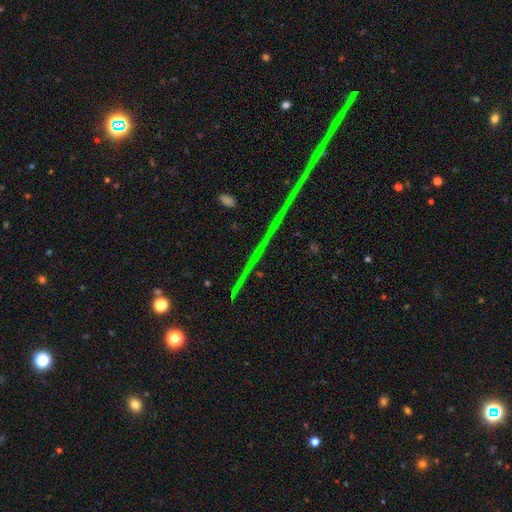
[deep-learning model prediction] Morphology: type=star or artifact (74%).